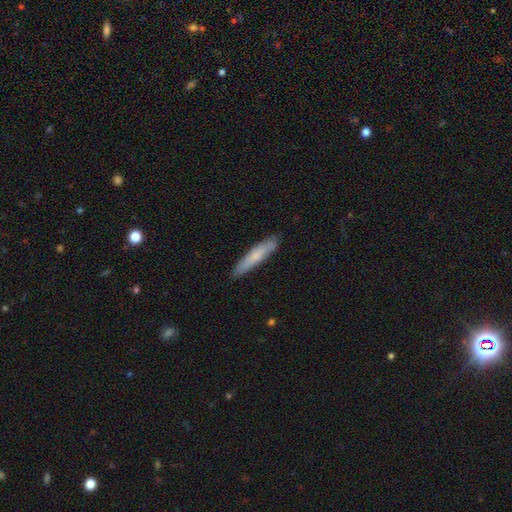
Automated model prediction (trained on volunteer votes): Overall: smooth (68%). How rounded: cigar-shaped (90%). Merging: none (86%).